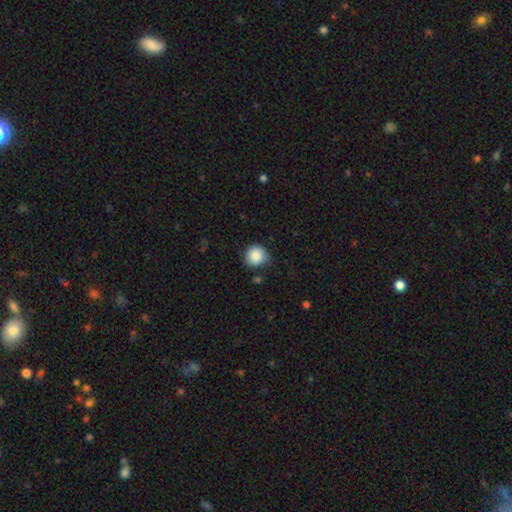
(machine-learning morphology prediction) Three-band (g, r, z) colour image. It shows a smooth galaxy with no disk features (87%) that is round (90%). Merging: none (72%).